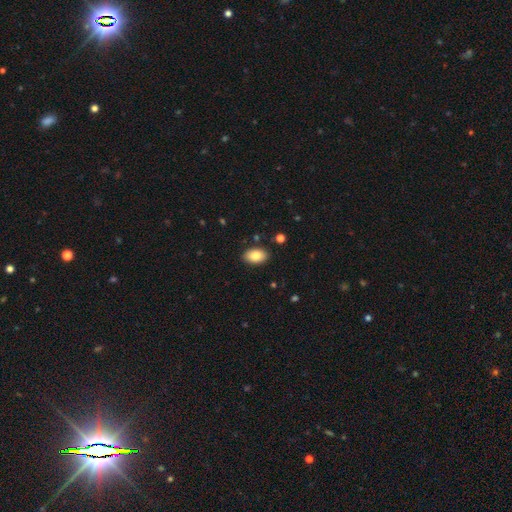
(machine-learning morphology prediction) Overall: smooth (86%). How rounded: in between (92%). Merging: none (88%).